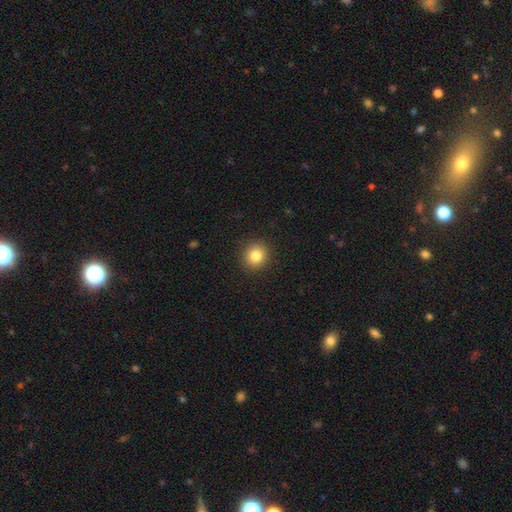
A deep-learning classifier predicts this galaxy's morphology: Smooth or featured? smooth (83%)
How rounded? round (90%)
Merging? none (92%)